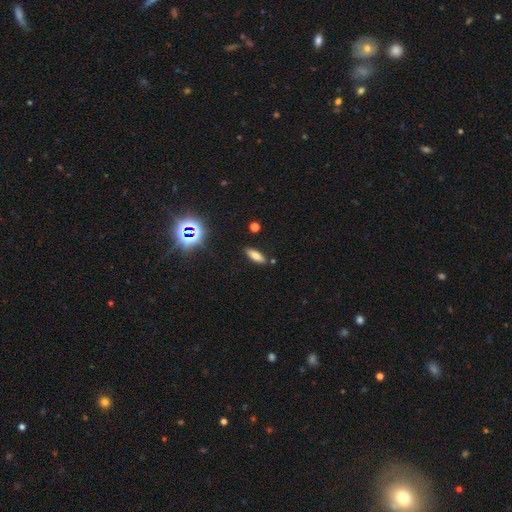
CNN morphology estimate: Smooth or featured? smooth (71%)
How rounded? in between (63%)
Merging? none (83%)